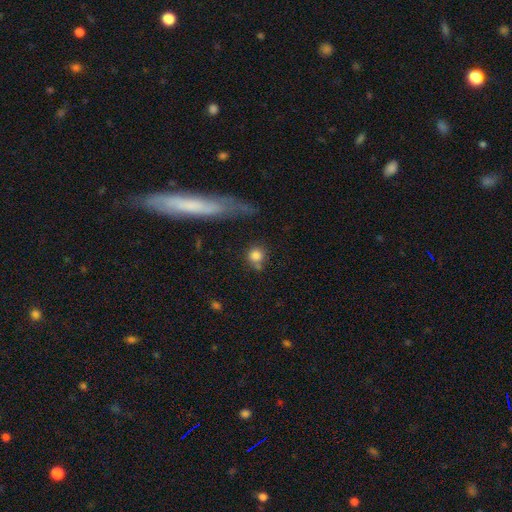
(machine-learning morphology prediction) smooth 81%, star or artifact 11%, featured or disk 8%. Down the decision tree: how rounded — round (88%); merging — none (63%).